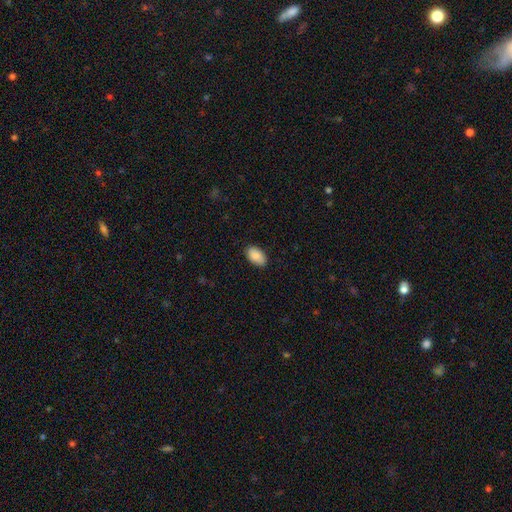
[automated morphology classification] smooth 89%, star or artifact 6%, featured or disk 5%. Down the decision tree: how rounded — in between (94%); merging — none (86%).